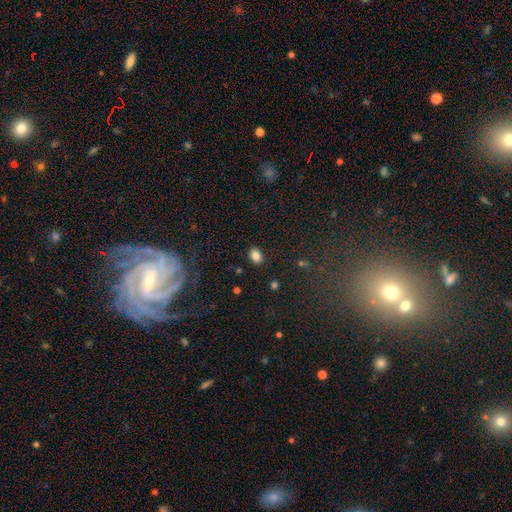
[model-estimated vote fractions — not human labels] The model was most divided on "how rounded": in between: 82%, round: 17%, cigar-shaped: 1%. More confident: merging — none (87%); smooth or featured — smooth (85%).